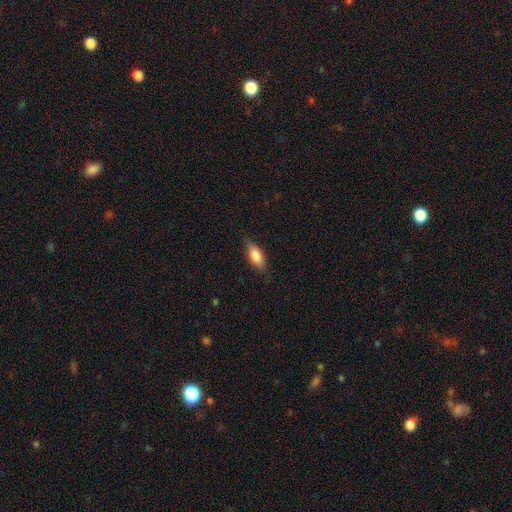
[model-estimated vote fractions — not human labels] smooth-or-featured: smooth: 82% | featured or disk: 12% | star or artifact: 6%
  how-rounded: in between: 79% | cigar-shaped: 19% | round: 3%
  merging: none: 82% | minor disturbance: 14% | major disturbance: 3% | merger: 1%